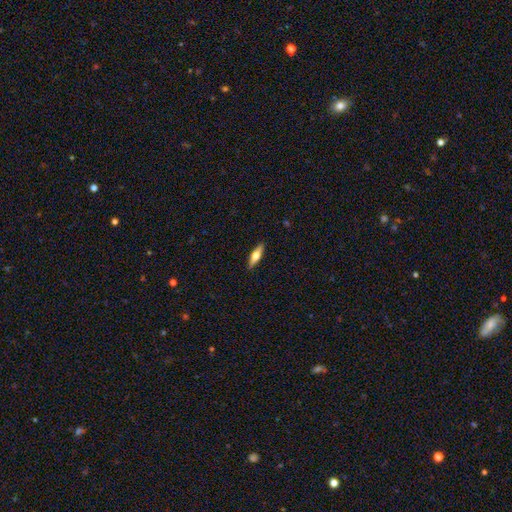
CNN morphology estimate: Overall: featured or disk (48%; smooth 46%). Merging: none (90%).